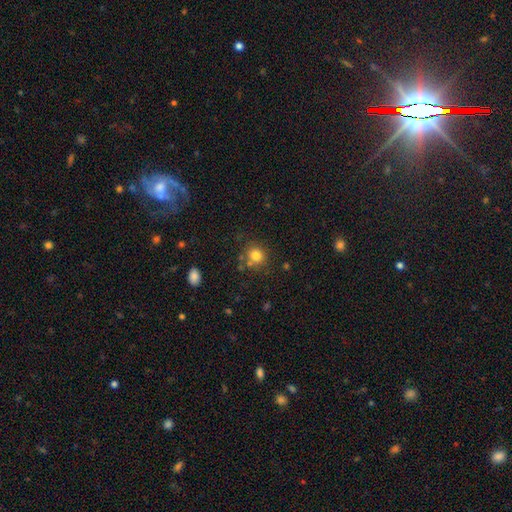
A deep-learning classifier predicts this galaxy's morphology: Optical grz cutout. It shows a smooth galaxy with no disk features (79%) that is round (84%). Merging: none (73%).